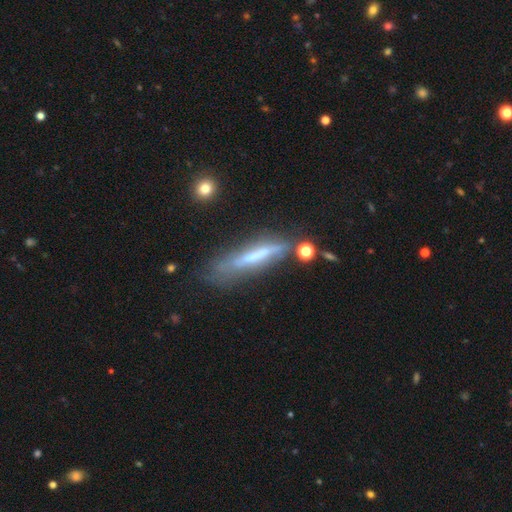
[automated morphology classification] Q: Smooth or featured?
A: featured or disk (57%); runner-up: smooth (34%)
Q: Edge-on disk?
A: yes (73%); runner-up: no (27%)
Q: Merging?
A: none (48%); runner-up: minor disturbance (27%)